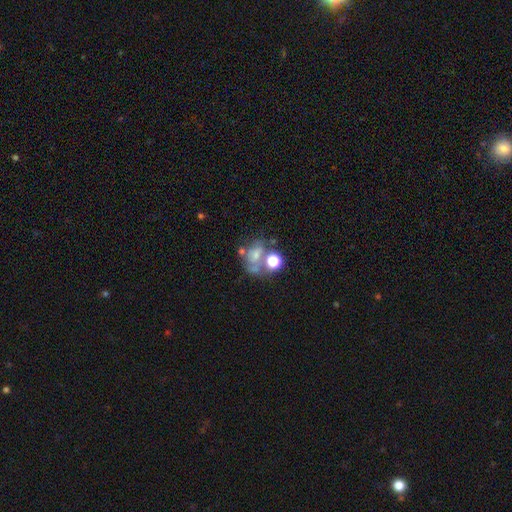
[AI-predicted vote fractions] Smooth or featured? smooth (45%)
Merging? merger (34%)